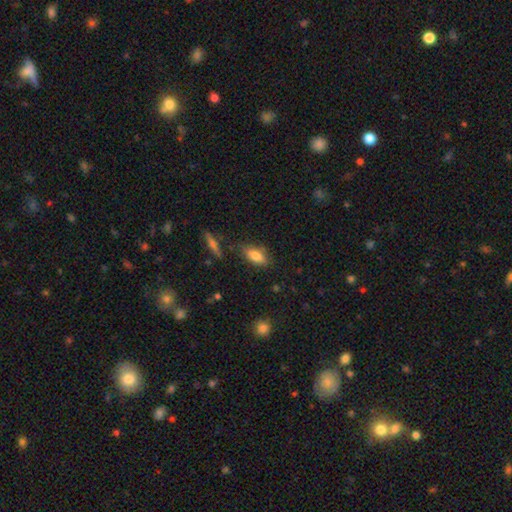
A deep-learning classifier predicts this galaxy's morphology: A smooth galaxy with no disk features (80%) that is in between round and cigar-shaped (81%).

Vote fractions:
- Smooth or featured? smooth: 80% / featured or disk: 12% / star or artifact: 8%
- How rounded? in between: 81% / cigar-shaped: 15% / round: 4%
- Merging? none: 75% / minor disturbance: 17% / merger: 4% / major disturbance: 4%